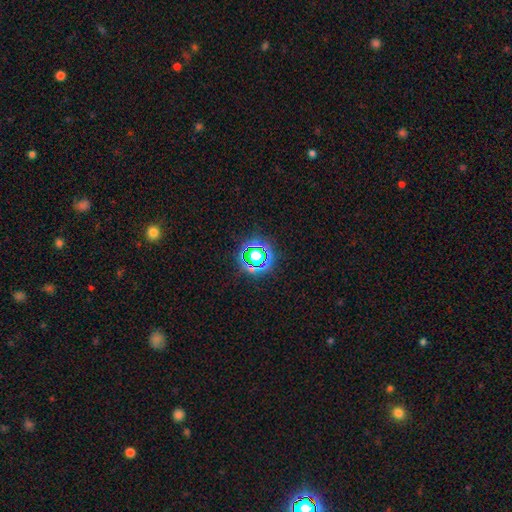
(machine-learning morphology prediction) A star or artifact, not a galaxy (58%).

Vote fractions:
- Smooth or featured? star or artifact: 58% / smooth: 31% / featured or disk: 11%